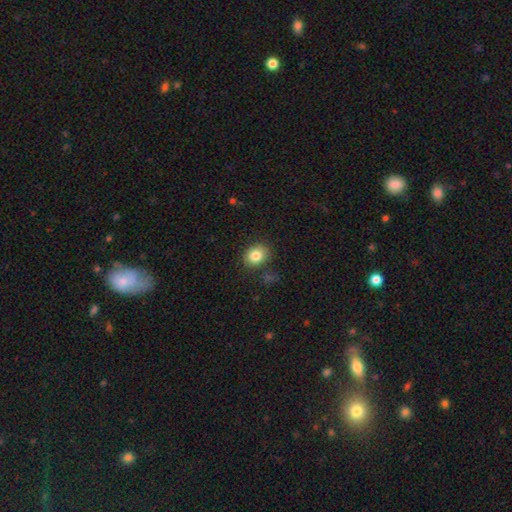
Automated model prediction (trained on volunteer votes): Q: Smooth or featured?
A: smooth (83%); runner-up: star or artifact (10%)
Q: How rounded?
A: round (61%); runner-up: in between (38%)
Q: Merging?
A: none (83%); runner-up: minor disturbance (11%)